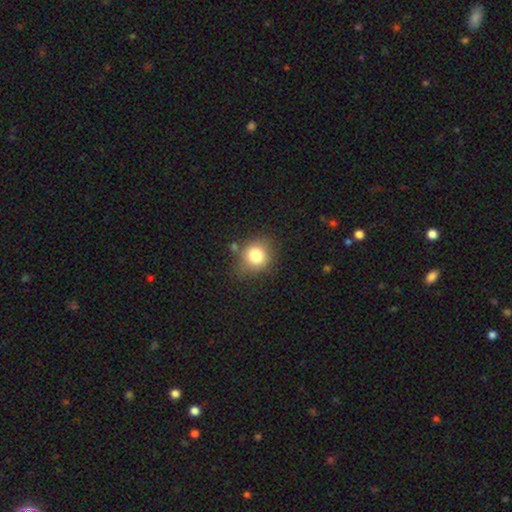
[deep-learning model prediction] Smooth or featured: smooth — 81% (star or artifact — 10%)
How rounded: round — 77% (in between — 22%)
Merging: none — 71% (minor disturbance — 18%)